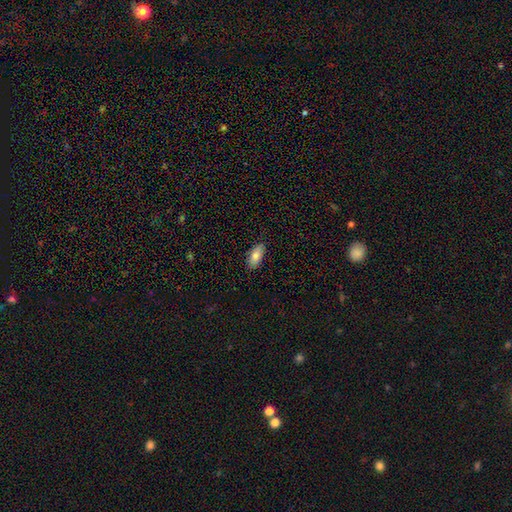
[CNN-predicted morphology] Q: Smooth or featured?
A: smooth (81%); runner-up: featured or disk (12%)
Q: How rounded?
A: in between (90%); runner-up: cigar-shaped (7%)
Q: Merging?
A: none (84%); runner-up: minor disturbance (13%)